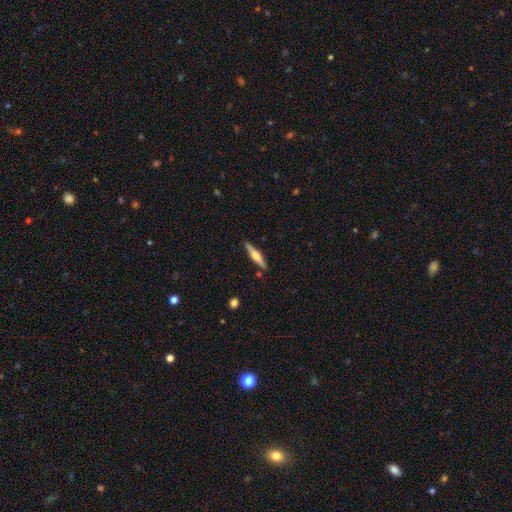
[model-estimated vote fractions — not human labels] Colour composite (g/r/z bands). It shows a featured or disk galaxy (62%) viewed edge-on (97%) with a rounded central bulge (88%). Merging: none (88%).